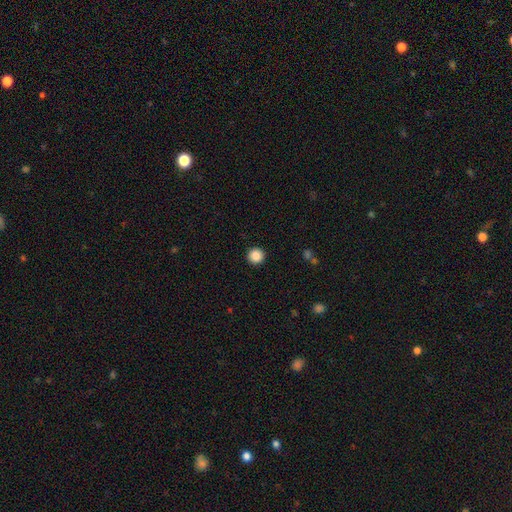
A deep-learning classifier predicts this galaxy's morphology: A smooth galaxy with no disk features (88%) that is round (95%). Merging: none (93%).